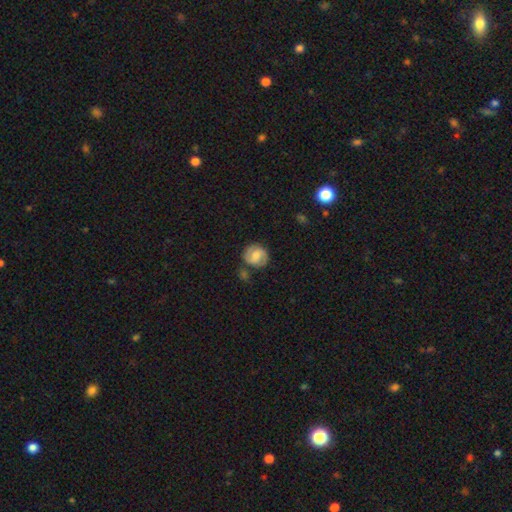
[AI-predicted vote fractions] featured or disk 47%, smooth 46%, star or artifact 7%. Down the decision tree: merging — none (69%).